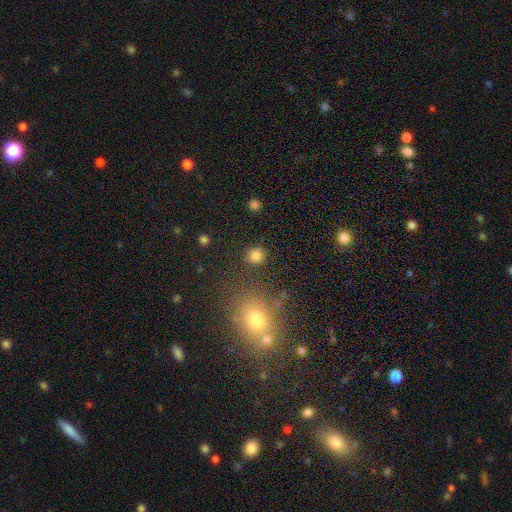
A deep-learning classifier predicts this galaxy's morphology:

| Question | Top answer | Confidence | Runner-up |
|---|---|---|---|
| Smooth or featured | smooth | 84% | star or artifact (12%) |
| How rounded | round | 88% | in between (11%) |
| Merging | none | 86% | minor disturbance (7%) |